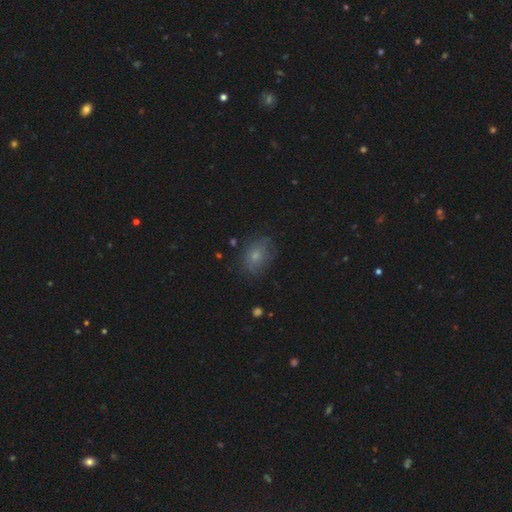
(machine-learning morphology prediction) Overall: smooth (65%). How rounded: in between (66%; round 33%). Merging: none (71%).